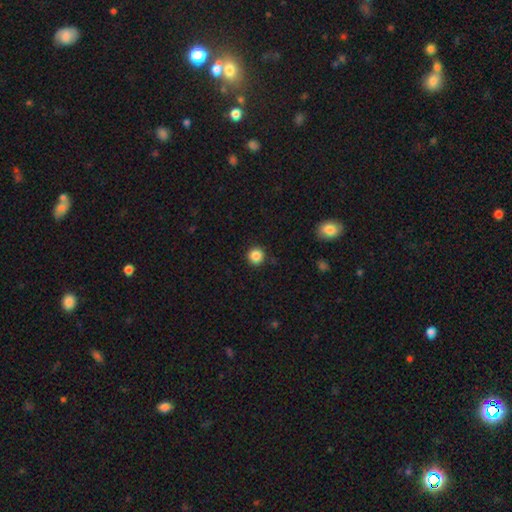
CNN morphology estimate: Smooth or featured? smooth (87%)
How rounded? round (95%)
Merging? none (91%)